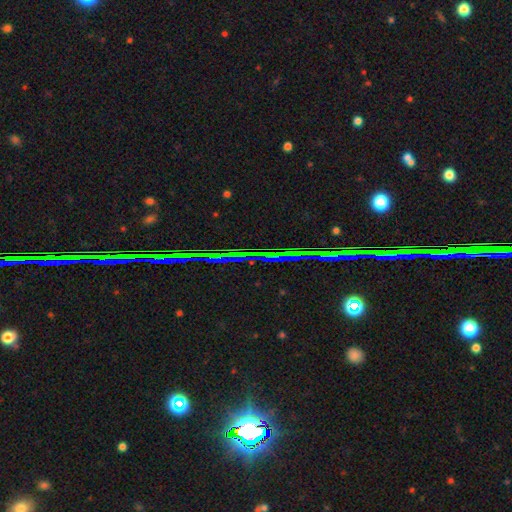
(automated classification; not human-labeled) A star or artifact, not a galaxy (84%).